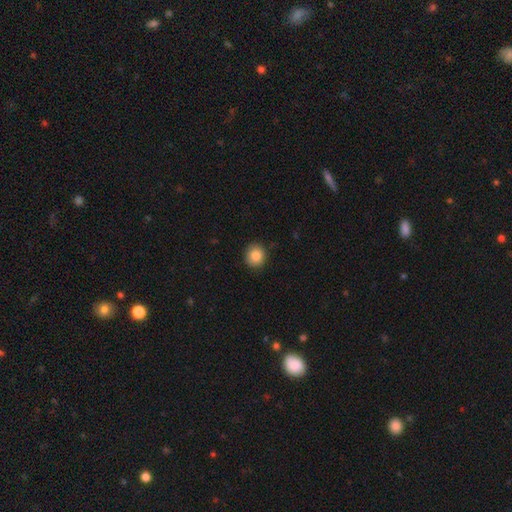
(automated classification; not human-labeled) smooth_or_featured: smooth (p=0.85) [alt: star or artifact p=0.09]
how_rounded: round (p=0.84) [alt: in between p=0.15]
merging: none (p=0.89) [alt: minor disturbance p=0.08]